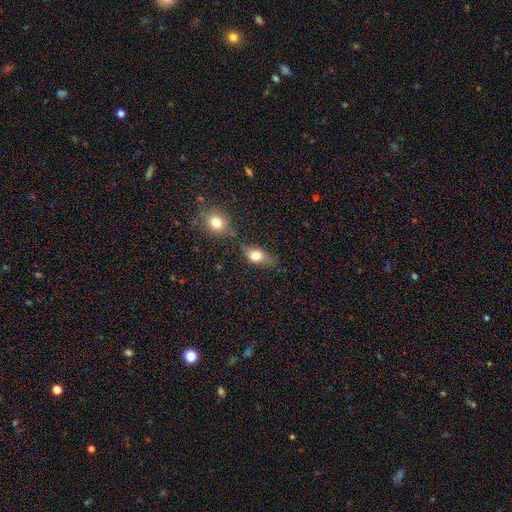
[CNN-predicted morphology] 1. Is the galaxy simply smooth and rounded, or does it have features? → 77% smooth, 14% featured or disk, 10% star or artifact.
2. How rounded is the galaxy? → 78% in between, 17% round, 5% cigar-shaped.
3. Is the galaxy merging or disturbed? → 53% none, 23% minor disturbance, 16% merger, 9% major disturbance.